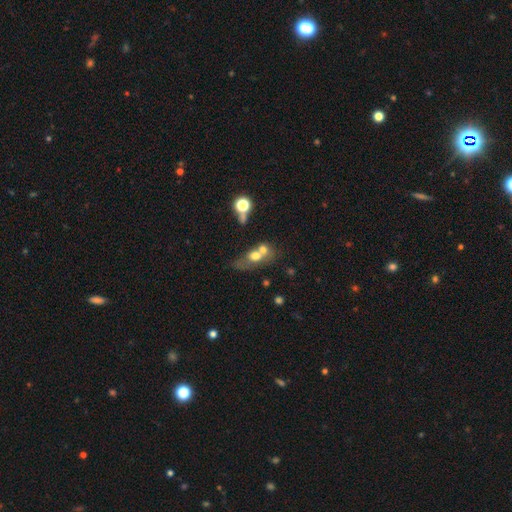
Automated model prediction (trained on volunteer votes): smooth_or_featured: smooth (p=0.62) [alt: featured or disk p=0.25]
how_rounded: in between (p=0.50) [alt: round p=0.45]
merging: merger (p=0.57) [alt: none p=0.24]